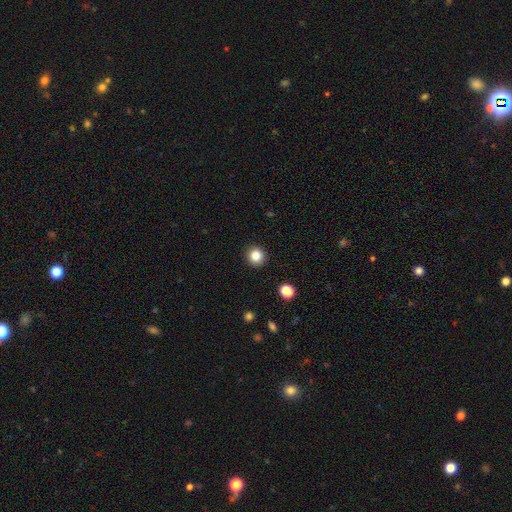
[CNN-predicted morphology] A smooth galaxy with no disk features (84%) that is round (93%). Merging: none (92%).